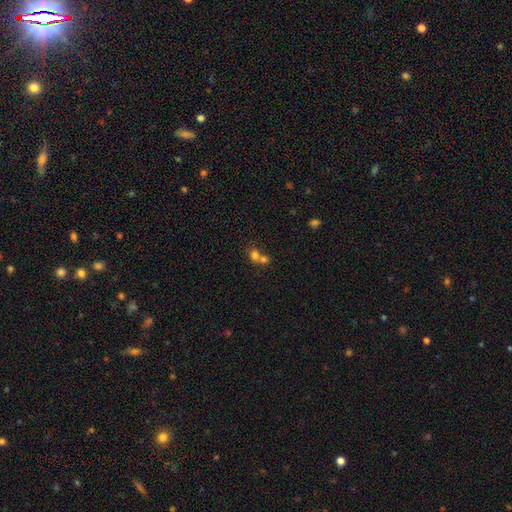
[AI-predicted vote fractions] A smooth galaxy with no disk features (72%) that is round (76%). Merging: merger (63%).